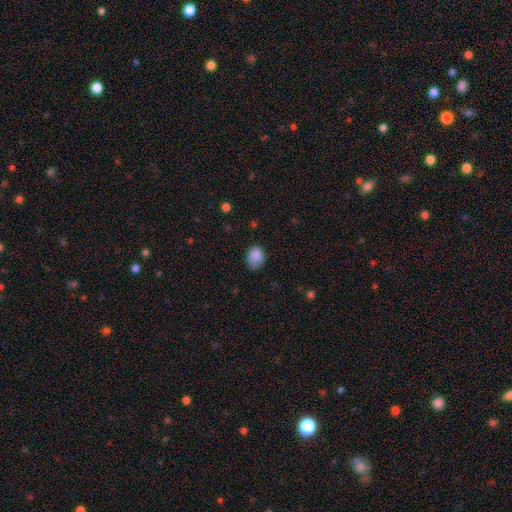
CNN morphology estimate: This is clearly a smooth galaxy (85%). How rounded: possibly in between (58%). Merging: likely none (62%).